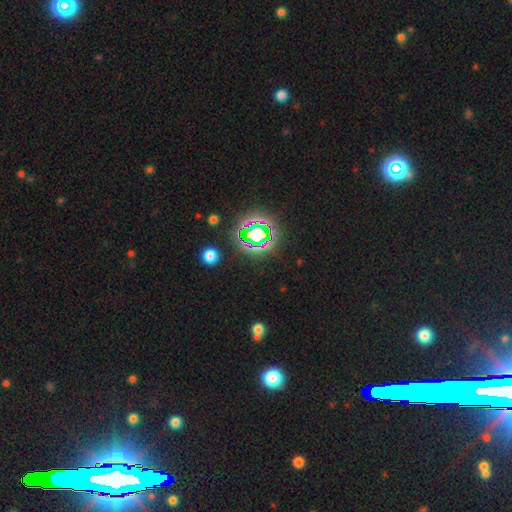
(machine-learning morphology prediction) Smooth or featured? Predicted: star or artifact (p=0.76).